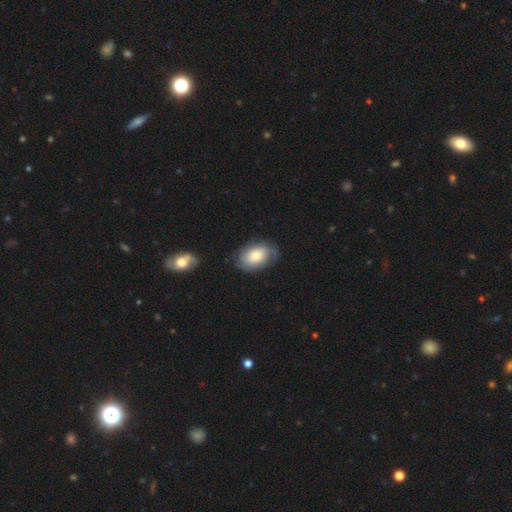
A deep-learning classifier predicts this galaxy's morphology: smooth 66%, featured or disk 27%, star or artifact 7%. Down the decision tree: how rounded — in between (86%); merging — none (70%).